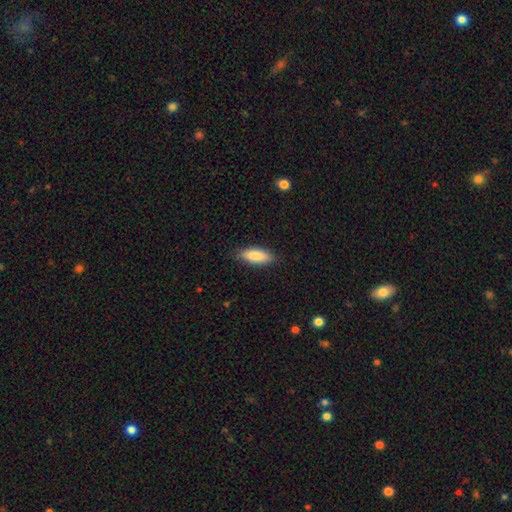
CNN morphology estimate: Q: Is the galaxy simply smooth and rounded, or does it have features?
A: smooth — 84%.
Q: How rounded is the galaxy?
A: in between — 71%.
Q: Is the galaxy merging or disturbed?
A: none — 85%.